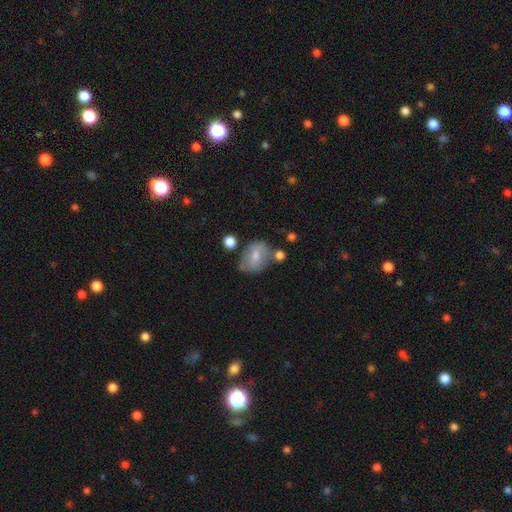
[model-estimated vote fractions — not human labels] Smooth or featured?
  - smooth: 59% *
  - featured or disk: 33%
  - star or artifact: 8%
How rounded?
  - in between: 67% *
  - round: 31%
  - cigar-shaped: 1%
Merging?
  - none: 54% *
  - minor disturbance: 25%
  - merger: 12%
  - major disturbance: 9%